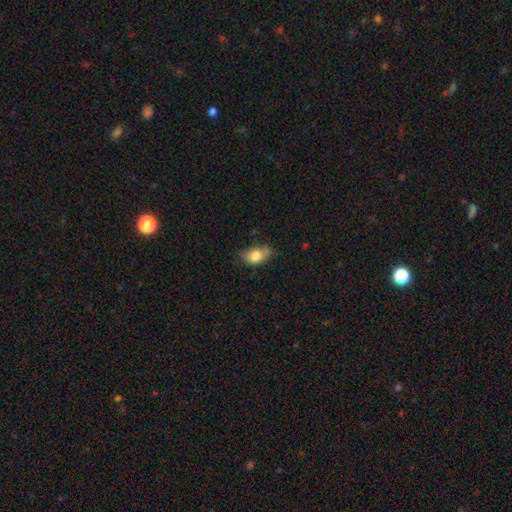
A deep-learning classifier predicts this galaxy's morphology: Smooth or featured? Predicted: smooth (p=0.80). How rounded? Predicted: in between (p=0.83). Merging? Predicted: none (p=0.48).